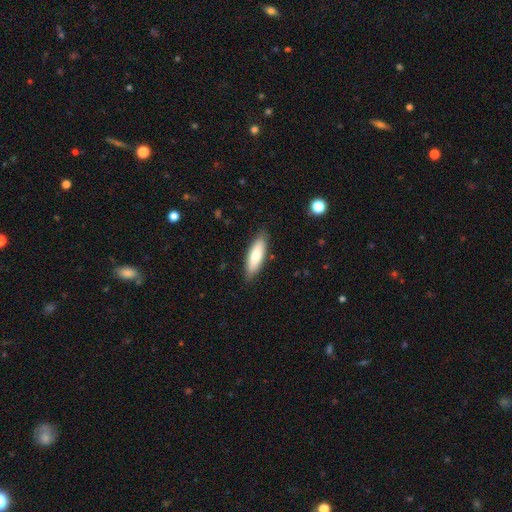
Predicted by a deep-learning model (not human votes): Smooth or featured? Predicted: smooth (p=0.73). How rounded? Predicted: in between (p=0.55). Merging? Predicted: none (p=0.85).